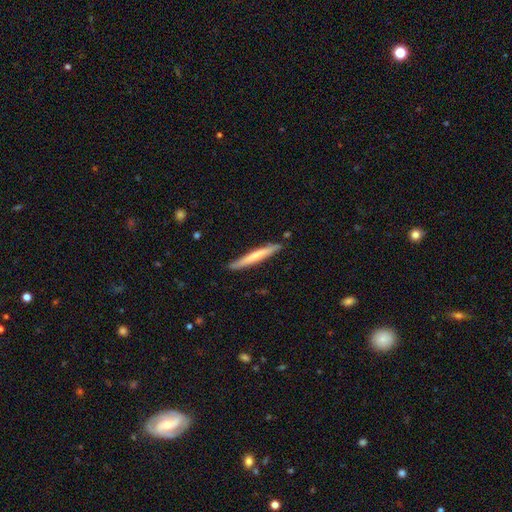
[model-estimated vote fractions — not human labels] Q: Smooth or featured?
A: smooth (57%); runner-up: featured or disk (38%)
Q: How rounded?
A: cigar-shaped (96%); runner-up: in between (3%)
Q: Merging?
A: none (87%); runner-up: minor disturbance (10%)